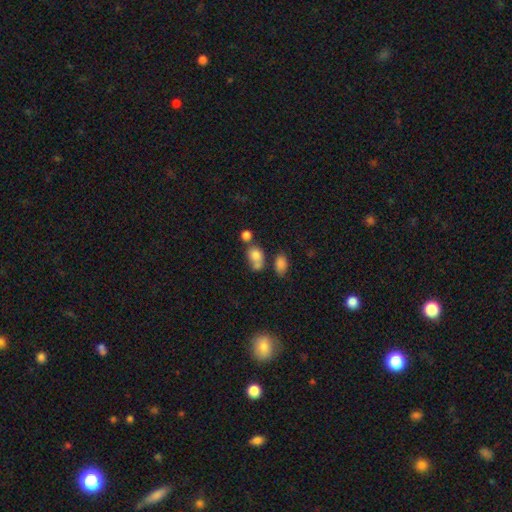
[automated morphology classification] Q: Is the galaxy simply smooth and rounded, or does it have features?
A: smooth — 79%.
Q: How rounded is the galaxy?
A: in between — 54%.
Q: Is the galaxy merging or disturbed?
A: merger — 39%.